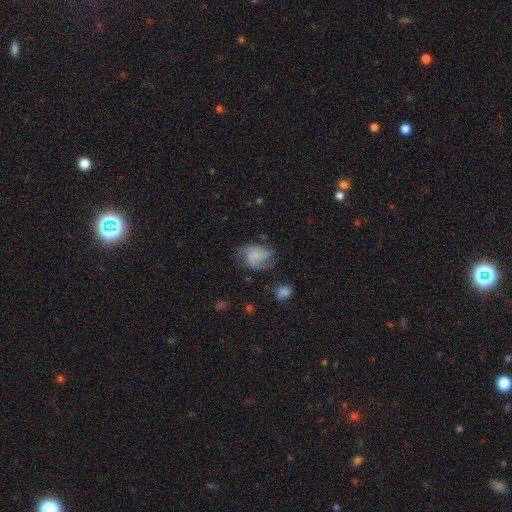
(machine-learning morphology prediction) Q: Smooth or featured?
A: featured or disk (62%); runner-up: smooth (30%)
Q: Edge-on disk?
A: no (98%); runner-up: yes (2%)
Q: Bar?
A: no (58%); runner-up: weak (34%)
Q: Spiral arms?
A: yes (89%); runner-up: no (11%)
Q: Spiral winding?
A: medium (47%); runner-up: loose (31%)
Q: Spiral arm count?
A: 2 (55%); runner-up: 3 (16%)
Q: Bulge size?
A: small (40%); runner-up: none (39%)
Q: Merging?
A: none (57%); runner-up: minor disturbance (23%)